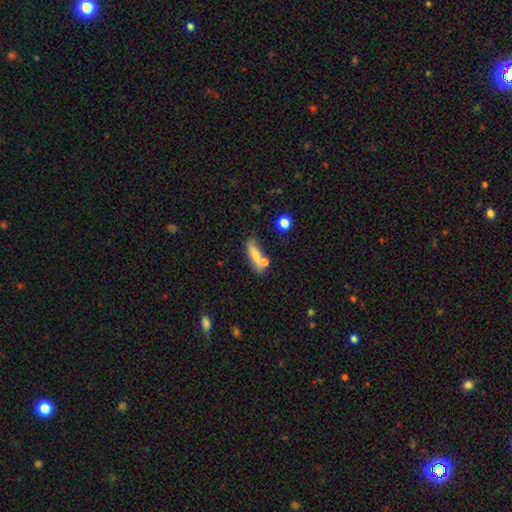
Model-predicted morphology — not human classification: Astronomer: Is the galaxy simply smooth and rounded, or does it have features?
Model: smooth — 73%.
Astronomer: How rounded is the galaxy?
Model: cigar-shaped — 49% (runner-up: in between, 47%).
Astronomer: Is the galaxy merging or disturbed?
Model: none — 57%.